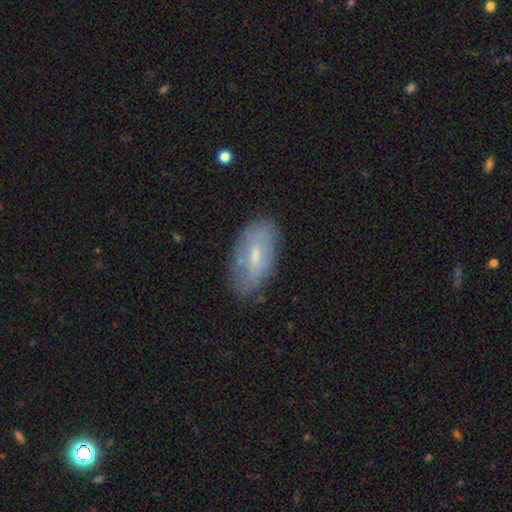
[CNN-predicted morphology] This appears to be a smooth galaxy with no disk features (52%) that is in between round and cigar-shaped (88%). Merging: none (73%).